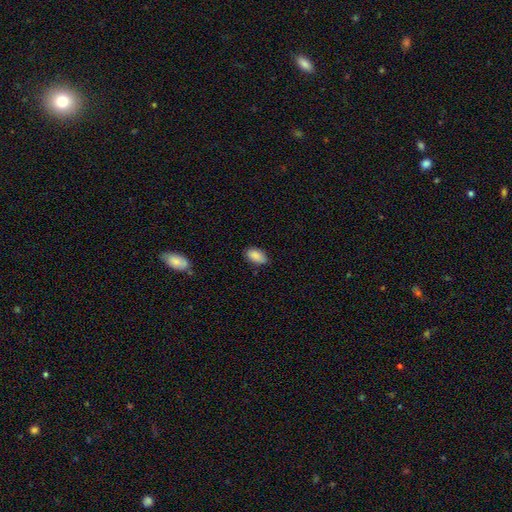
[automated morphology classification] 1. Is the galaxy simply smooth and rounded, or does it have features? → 88% smooth, 7% star or artifact, 4% featured or disk.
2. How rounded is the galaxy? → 93% in between, 5% round, 2% cigar-shaped.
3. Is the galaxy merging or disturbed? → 79% none, 17% minor disturbance, 3% major disturbance, 1% merger.